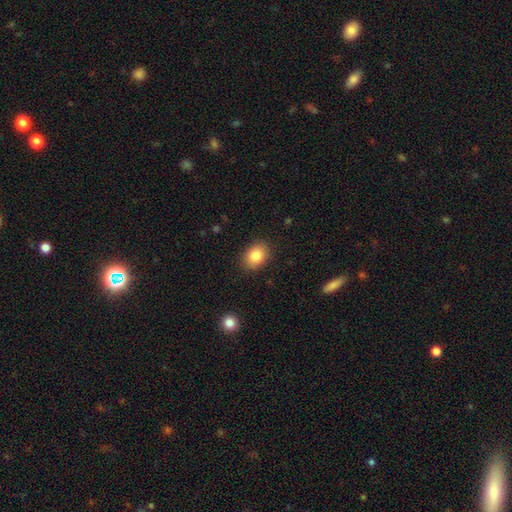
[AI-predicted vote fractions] This is clearly a smooth galaxy (84%). How rounded: likely in between (62%). Merging: clearly none (88%).